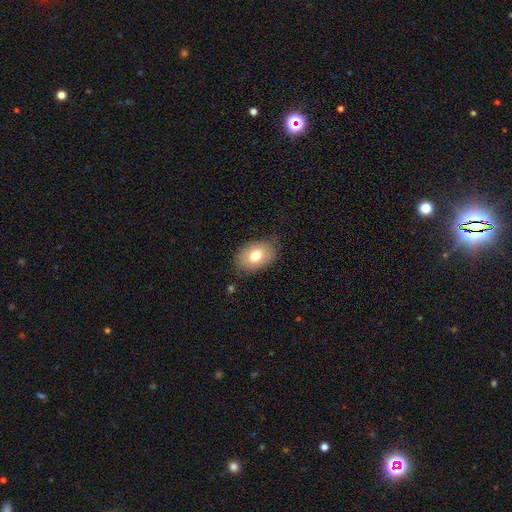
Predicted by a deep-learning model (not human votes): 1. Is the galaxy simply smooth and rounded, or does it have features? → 74% smooth, 18% featured or disk, 8% star or artifact.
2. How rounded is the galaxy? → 84% in between, 15% round, 1% cigar-shaped.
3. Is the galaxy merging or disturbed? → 78% none, 16% minor disturbance, 4% major disturbance, 1% merger.